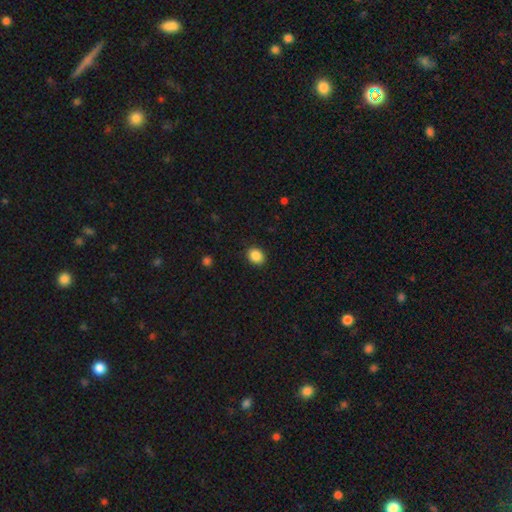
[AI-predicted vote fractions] Q: Smooth or featured?
A: smooth (88%); runner-up: star or artifact (9%)
Q: How rounded?
A: round (54%); runner-up: in between (45%)
Q: Merging?
A: none (90%); runner-up: minor disturbance (7%)